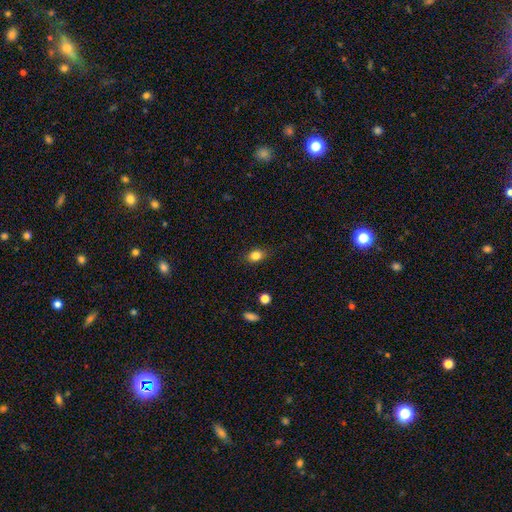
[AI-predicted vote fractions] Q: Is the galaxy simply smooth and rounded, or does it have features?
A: smooth — 83%.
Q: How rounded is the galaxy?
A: in between — 66%.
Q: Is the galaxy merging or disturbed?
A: none — 82%.